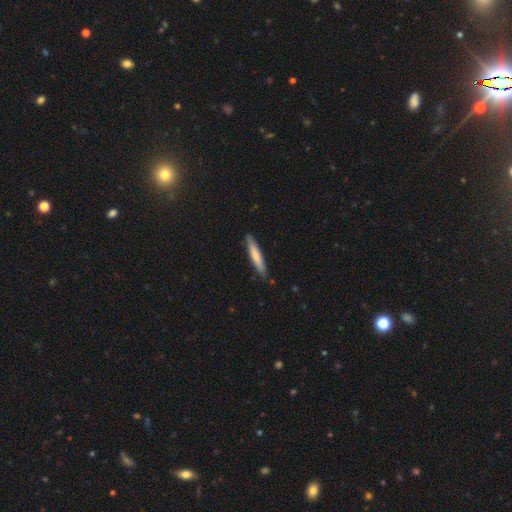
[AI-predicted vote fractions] Smooth or featured: smooth — 70% (featured or disk — 25%)
How rounded: cigar-shaped — 91% (in between — 8%)
Merging: none — 86% (minor disturbance — 11%)